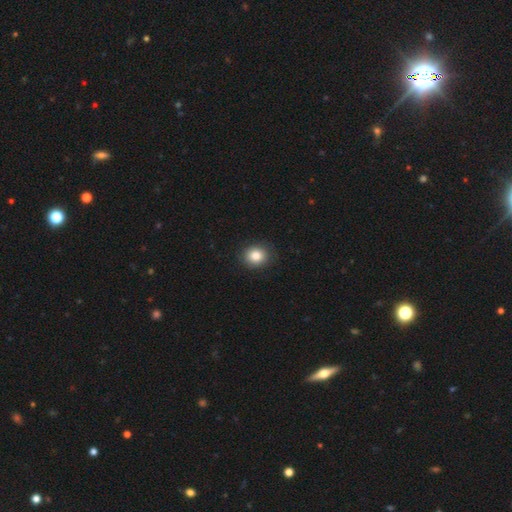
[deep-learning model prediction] Morphology: type=smooth (85%); roundness=round (71%); merging=none (88%).